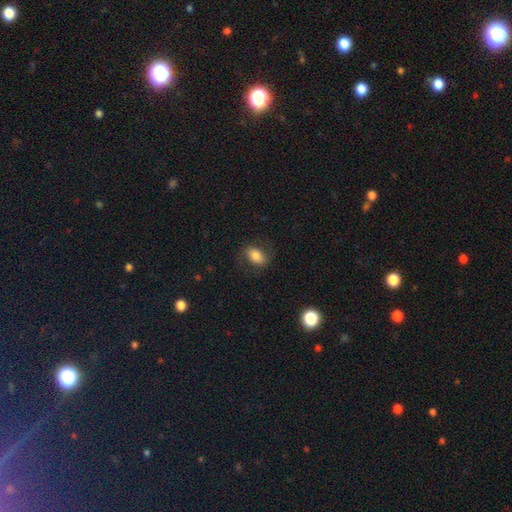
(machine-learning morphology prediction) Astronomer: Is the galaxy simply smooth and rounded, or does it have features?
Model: smooth — 75%.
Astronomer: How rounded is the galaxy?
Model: in between — 81%.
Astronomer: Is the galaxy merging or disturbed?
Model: none — 74%.